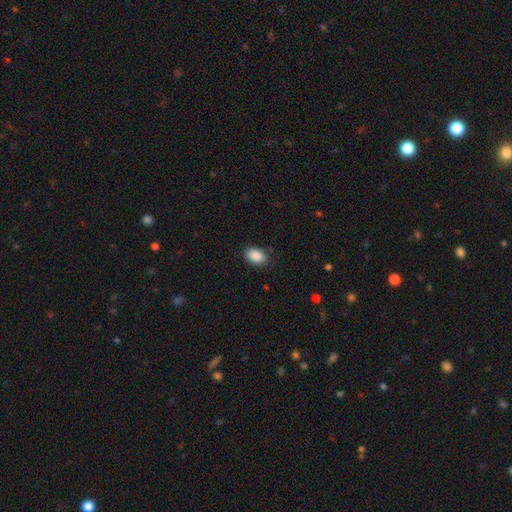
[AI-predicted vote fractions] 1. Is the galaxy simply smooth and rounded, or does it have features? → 90% smooth, 7% star or artifact, 3% featured or disk.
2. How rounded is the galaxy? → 87% in between, 11% round, 1% cigar-shaped.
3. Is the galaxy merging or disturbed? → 85% none, 11% minor disturbance, 3% major disturbance, 1% merger.